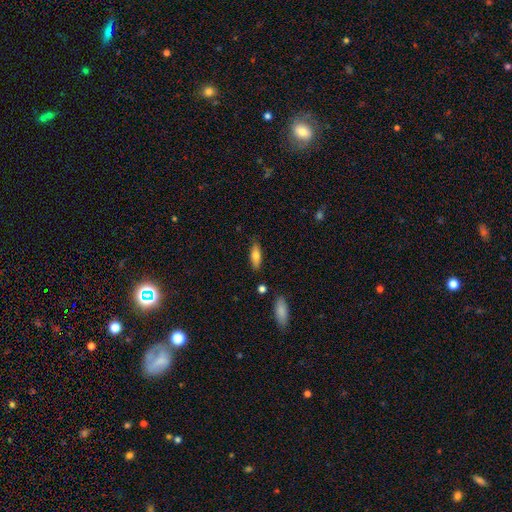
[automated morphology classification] A smooth galaxy with no disk features (72%) that is in between round and cigar-shaped (59%). Merging: none (84%).